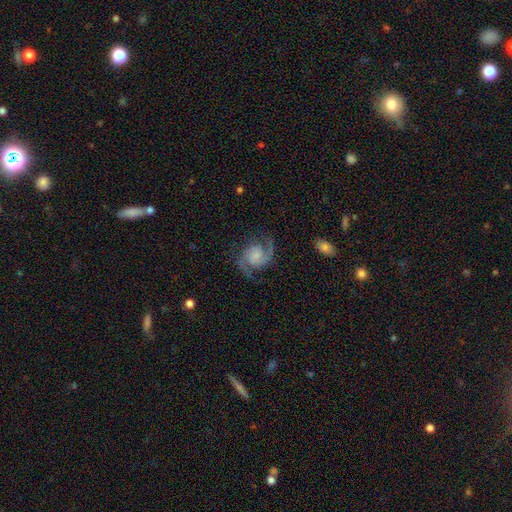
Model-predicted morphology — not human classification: Smooth or featured? Predicted: featured or disk (p=0.90). Edge-on disk? Predicted: no (p=0.98). Bar? Predicted: no (p=0.64). Spiral arms? Predicted: yes (p=0.98). Spiral winding? Predicted: medium (p=0.59). Spiral arm count? Predicted: 2 (p=0.93). Bulge size? Predicted: small (p=0.33). Merging? Predicted: none (p=0.79).